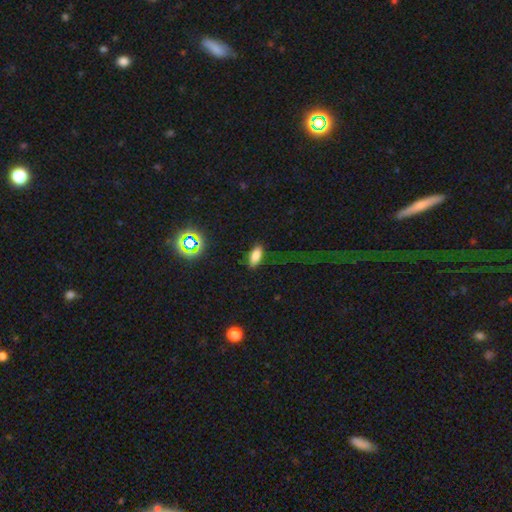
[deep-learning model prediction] Smooth or featured? Predicted: smooth (p=0.80). How rounded? Predicted: in between (p=0.84). Merging? Predicted: none (p=0.84).